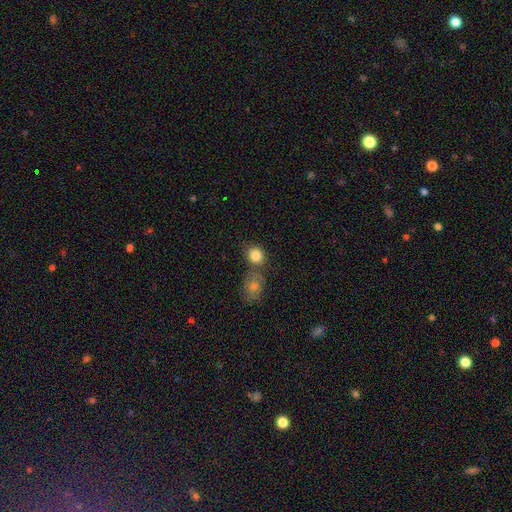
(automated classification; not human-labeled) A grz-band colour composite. It shows a smooth galaxy with no disk features (85%) that is round (77%). Merging: none (58%).